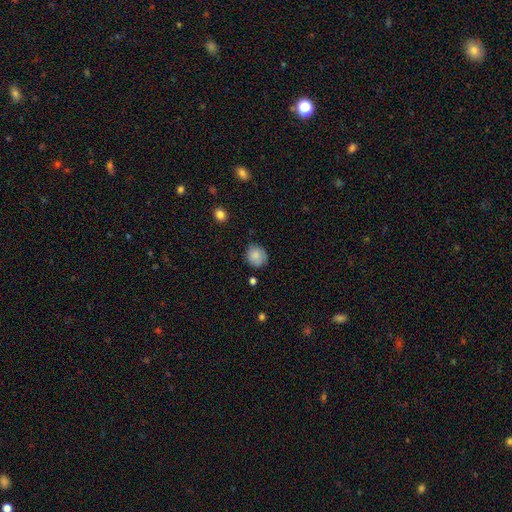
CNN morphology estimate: Overall: smooth (85%). How rounded: round (78%). Merging: none (75%).